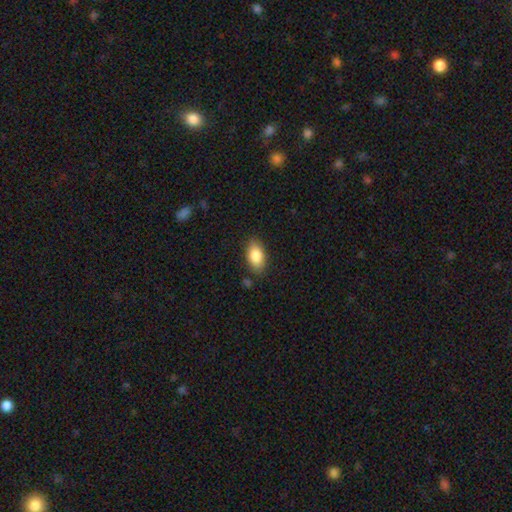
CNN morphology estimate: A smooth galaxy with no disk features (85%) that is in between round and cigar-shaped (92%).

Vote fractions:
- Smooth or featured? smooth: 85% / featured or disk: 8% / star or artifact: 7%
- How rounded? in between: 92% / round: 5% / cigar-shaped: 3%
- Merging? none: 83% / minor disturbance: 12% / major disturbance: 3% / merger: 2%